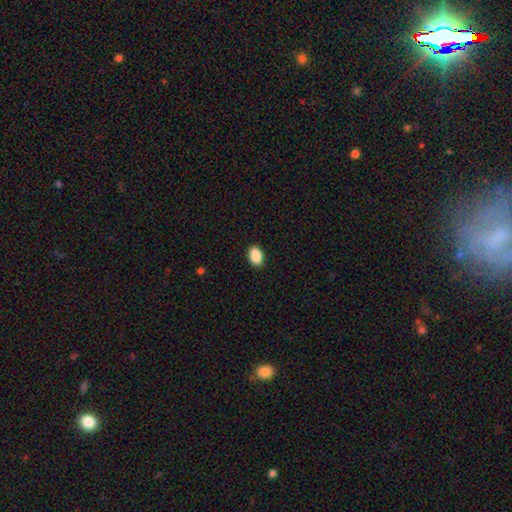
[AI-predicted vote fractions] smooth 89%, star or artifact 7%, featured or disk 3%. Down the decision tree: how rounded — in between (84%); merging — none (91%).